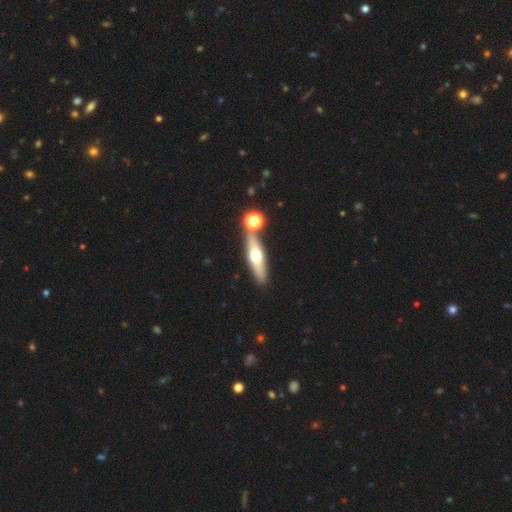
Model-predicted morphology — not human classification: Smooth or featured? featured or disk (52%)
Edge-on disk? yes (88%)
Merging? none (75%)